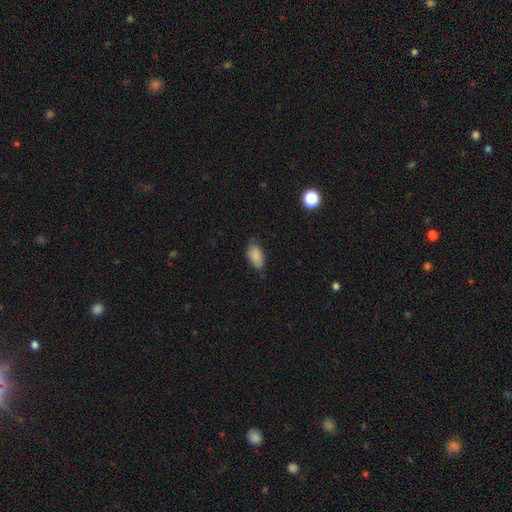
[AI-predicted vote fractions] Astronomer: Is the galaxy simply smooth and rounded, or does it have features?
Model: smooth — 86%.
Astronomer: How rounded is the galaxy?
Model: in between — 93%.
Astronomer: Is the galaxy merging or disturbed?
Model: none — 71%.